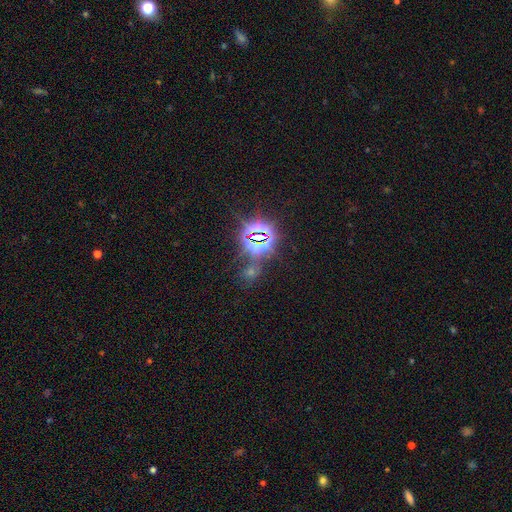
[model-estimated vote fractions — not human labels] smooth-or-featured: star or artifact: 71% | smooth: 21% | featured or disk: 8%